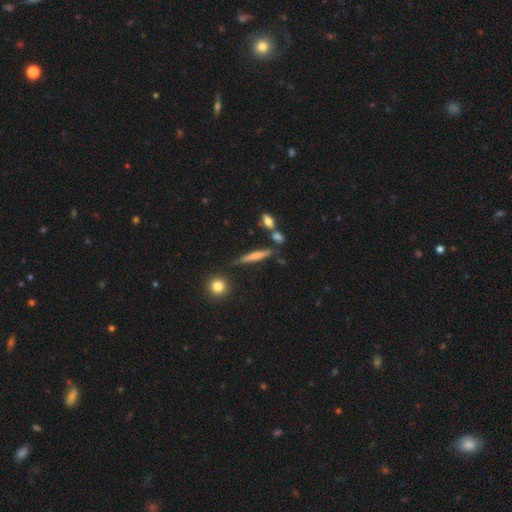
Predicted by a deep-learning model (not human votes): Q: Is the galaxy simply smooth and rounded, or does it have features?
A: smooth — 51%.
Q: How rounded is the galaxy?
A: cigar-shaped — 86%.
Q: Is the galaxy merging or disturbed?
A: none — 74%.